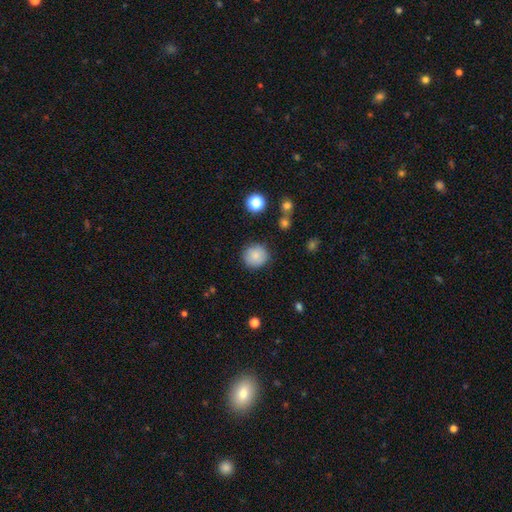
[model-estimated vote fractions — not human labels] smooth 84%, star or artifact 9%, featured or disk 7%. Down the decision tree: how rounded — round (91%); merging — none (85%).